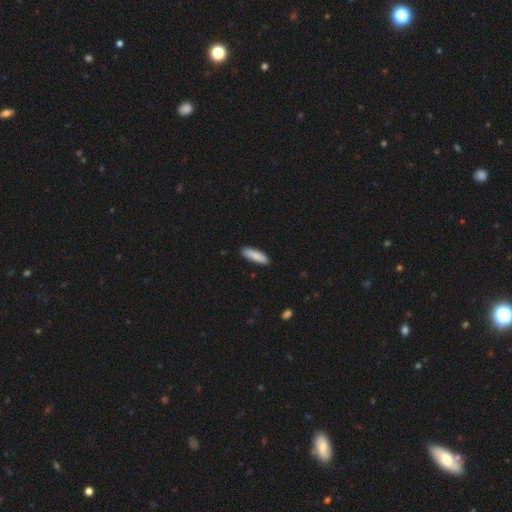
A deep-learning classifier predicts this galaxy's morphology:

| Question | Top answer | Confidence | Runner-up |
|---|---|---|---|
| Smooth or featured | smooth | 87% | featured or disk (8%) |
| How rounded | cigar-shaped | 57% | in between (41%) |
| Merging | none | 88% | minor disturbance (10%) |